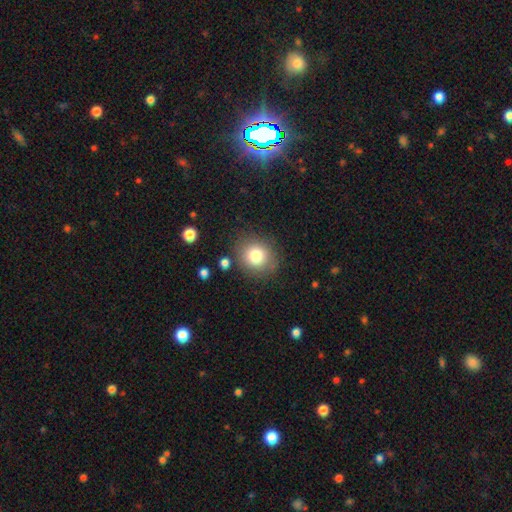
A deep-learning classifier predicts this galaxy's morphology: Smooth or featured? Predicted: smooth (p=0.79). How rounded? Predicted: round (p=0.79). Merging? Predicted: none (p=0.82).